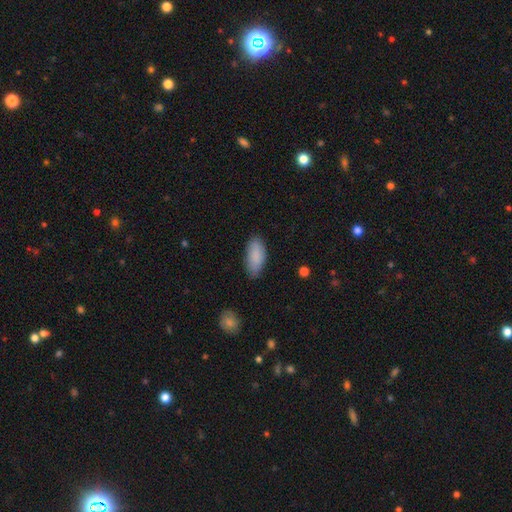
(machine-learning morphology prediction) smooth_or_featured: smooth (p=0.88) [alt: featured or disk p=0.06]
how_rounded: in between (p=0.86) [alt: cigar-shaped p=0.12]
merging: none (p=0.79) [alt: minor disturbance p=0.16]